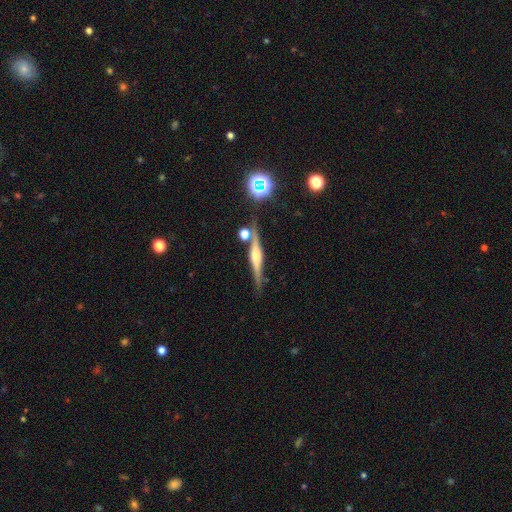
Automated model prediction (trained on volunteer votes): Smooth or featured? featured or disk (73%)
Edge-on disk? yes (97%)
Edge-on bulge? rounded (77%)
Merging? none (78%)